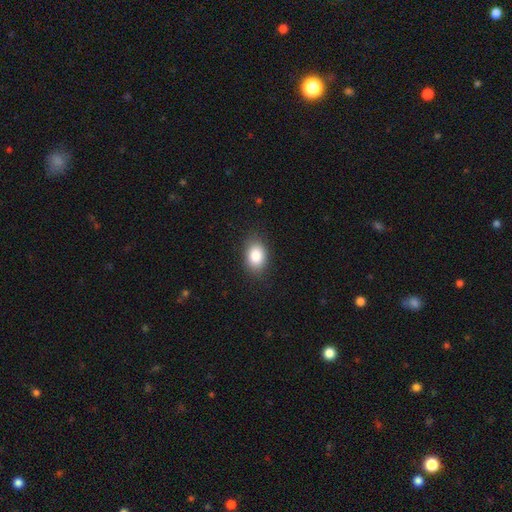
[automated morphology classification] smooth-or-featured: smooth: 85% | star or artifact: 8% | featured or disk: 6%
  how-rounded: in between: 80% | round: 19% | cigar-shaped: 1%
  merging: none: 85% | minor disturbance: 12% | major disturbance: 3% | merger: 1%